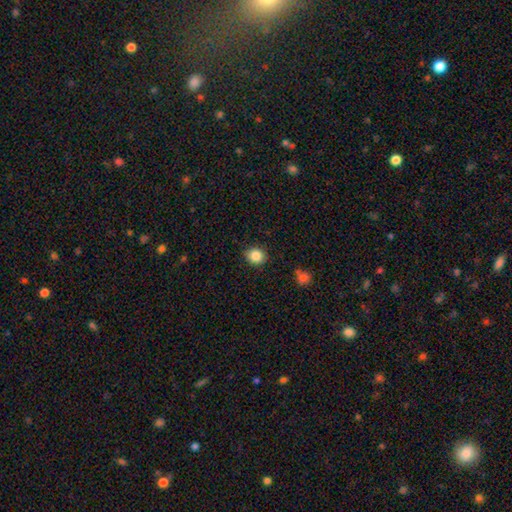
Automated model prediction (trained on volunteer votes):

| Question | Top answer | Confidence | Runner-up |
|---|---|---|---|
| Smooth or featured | smooth | 86% | star or artifact (10%) |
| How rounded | round | 73% | in between (27%) |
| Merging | none | 87% | minor disturbance (9%) |